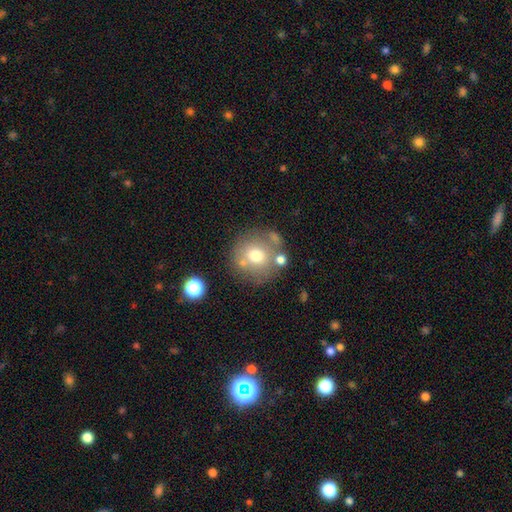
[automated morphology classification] Smooth or featured? smooth (67%)
How rounded? round (89%)
Merging? none (67%)